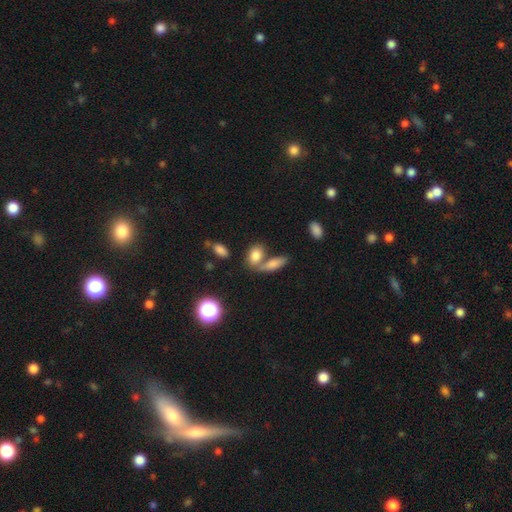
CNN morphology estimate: type=smooth (79%); roundness=in between (79%); merging=none (45%).